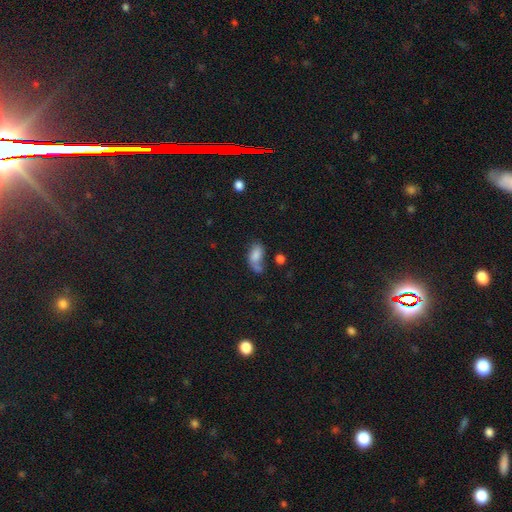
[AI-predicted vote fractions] smooth_or_featured: smooth (p=0.74) [alt: featured or disk p=0.15]
how_rounded: in between (p=0.90) [alt: round p=0.07]
merging: none (p=0.32) [alt: merger p=0.27]